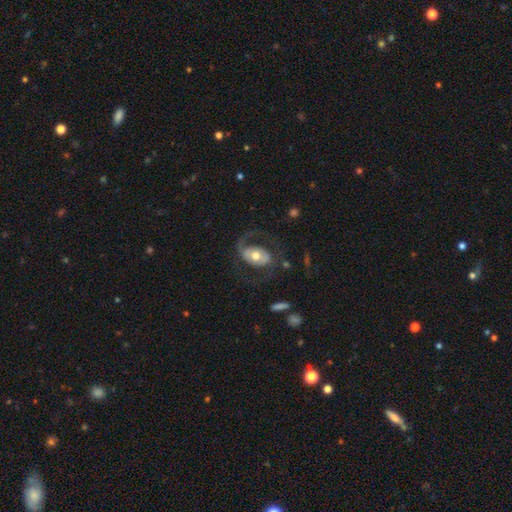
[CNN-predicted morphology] The model was most divided on "spiral winding" (2-way tie): loose: 43%, medium: 43%, tight: 14%. More confident: edge-on disk — no (96%); spiral arms — yes (80%); smooth or featured — featured or disk (70%); bulge size — moderate (70%); spiral arm count — 2 (68%); bar — no (54%); merging — none (54%).